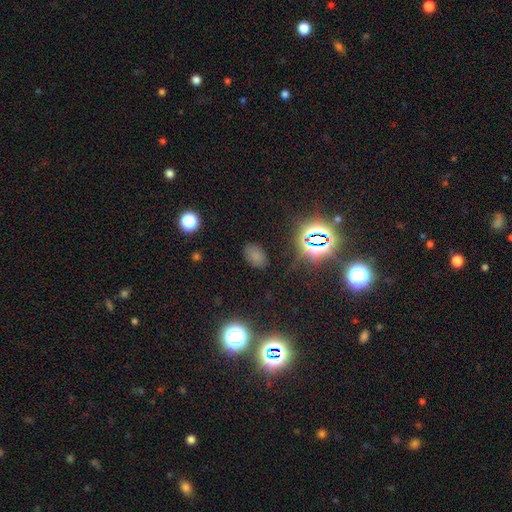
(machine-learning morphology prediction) Smooth or featured: smooth — 63% (star or artifact — 29%)
How rounded: in between — 85% (round — 13%)
Merging: none — 79% (minor disturbance — 14%)